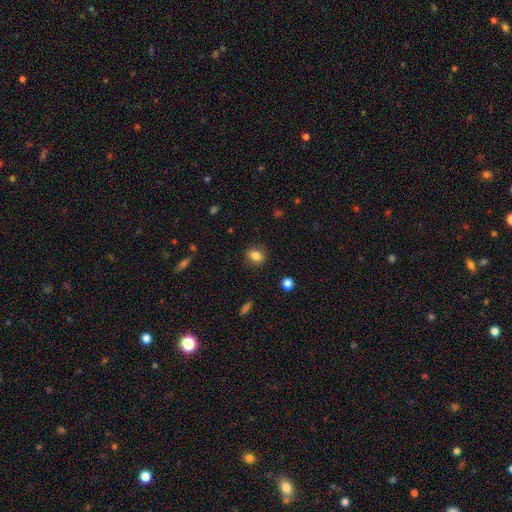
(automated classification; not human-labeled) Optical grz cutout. It shows a smooth galaxy with no disk features (83%) that is in between round and cigar-shaped (57%). Merging: none (86%).